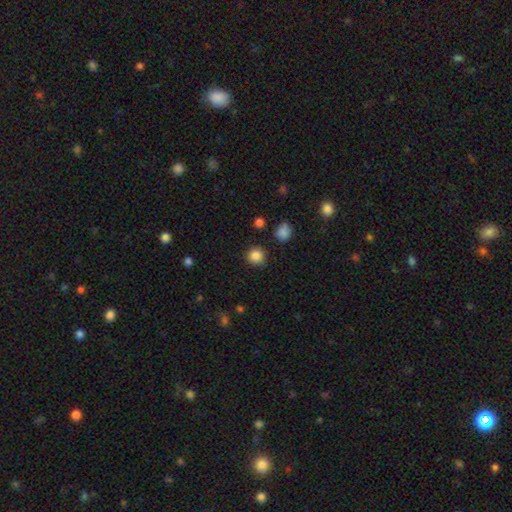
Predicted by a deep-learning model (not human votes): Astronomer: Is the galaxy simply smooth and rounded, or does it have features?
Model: smooth — 85%.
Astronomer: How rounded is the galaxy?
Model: round — 94%.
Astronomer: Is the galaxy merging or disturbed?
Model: none — 88%.